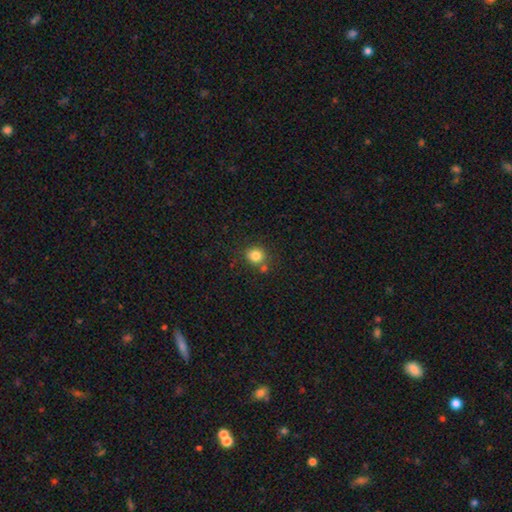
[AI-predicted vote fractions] This appears to be a smooth galaxy with no disk features (82%) that is round (86%). Merging: none (73%).